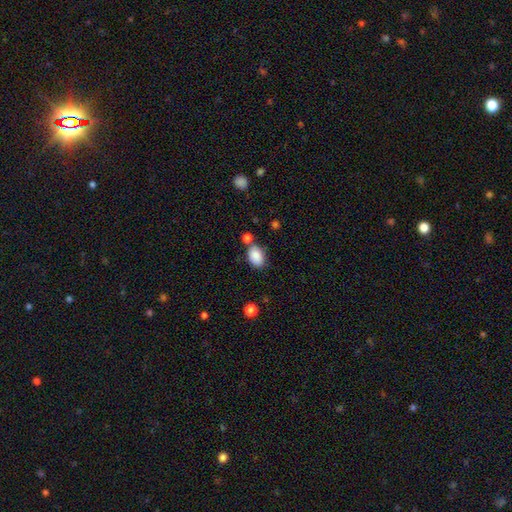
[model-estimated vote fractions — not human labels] smooth_or_featured: smooth (p=0.87) [alt: star or artifact p=0.08]
how_rounded: in between (p=0.86) [alt: round p=0.13]
merging: none (p=0.66) [alt: minor disturbance p=0.17]